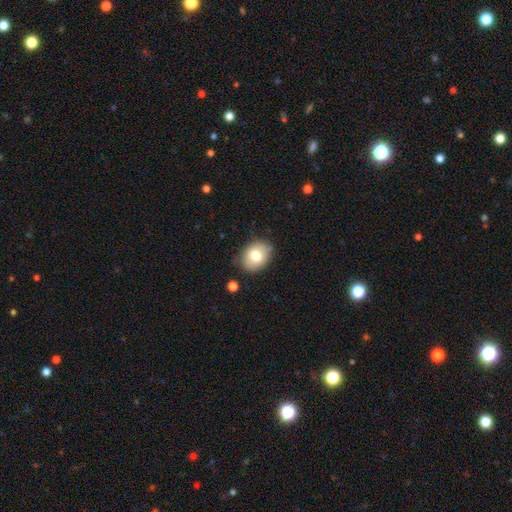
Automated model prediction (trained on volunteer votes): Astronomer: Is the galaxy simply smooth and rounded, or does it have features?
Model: smooth — 76%.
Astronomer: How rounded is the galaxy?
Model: in between — 63%.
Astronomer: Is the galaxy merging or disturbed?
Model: none — 80%.